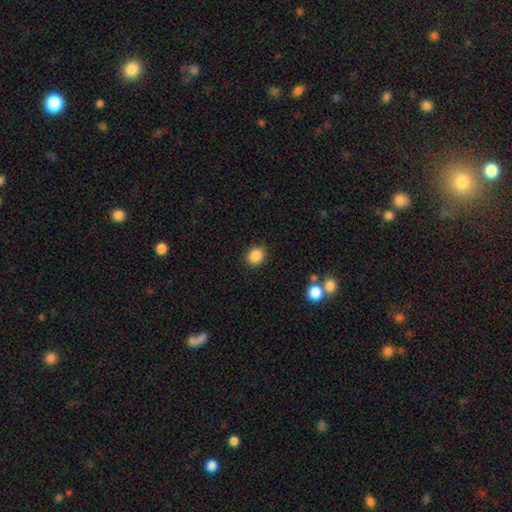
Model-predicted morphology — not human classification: Smooth or featured? Predicted: smooth (p=0.87). How rounded? Predicted: round (p=0.70). Merging? Predicted: none (p=0.88).